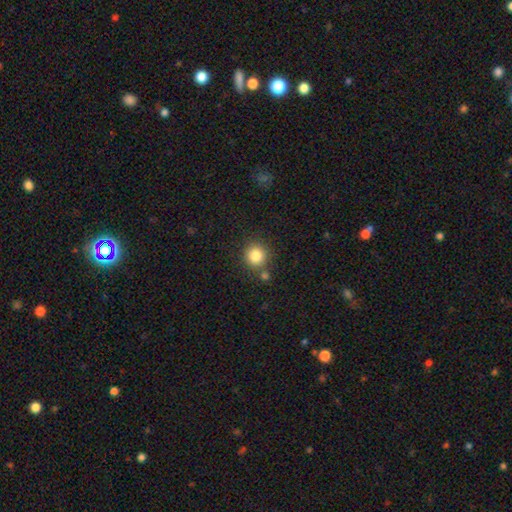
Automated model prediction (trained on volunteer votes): Smooth or featured? Predicted: smooth (p=0.84). How rounded? Predicted: round (p=0.91). Merging? Predicted: none (p=0.79).